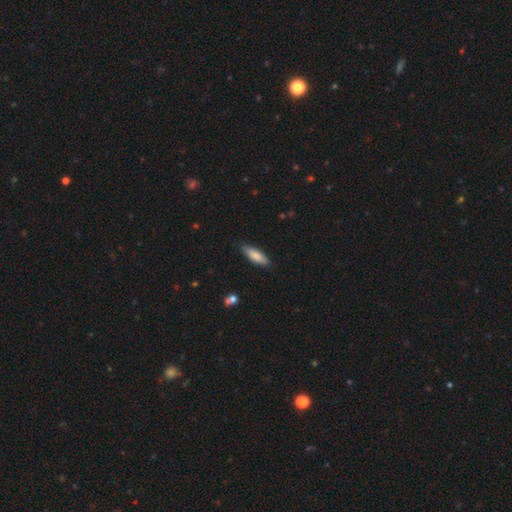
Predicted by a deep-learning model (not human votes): Smooth or featured?
  - smooth: 83% *
  - featured or disk: 11%
  - star or artifact: 6%
How rounded?
  - cigar-shaped: 50% *
  - in between: 49%
  - round: 2%
Merging?
  - none: 84% *
  - minor disturbance: 12%
  - major disturbance: 2%
  - merger: 1%